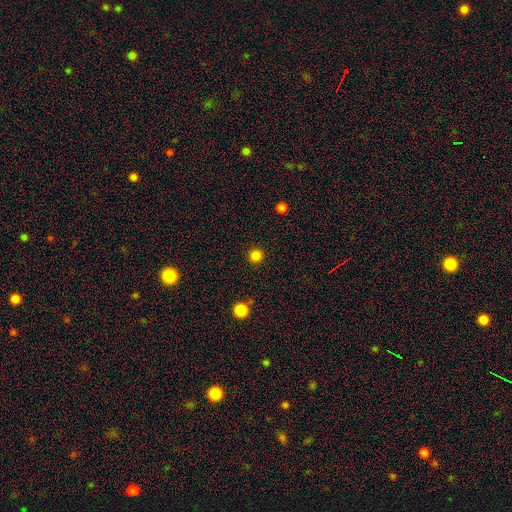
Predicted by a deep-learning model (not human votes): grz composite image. It shows a smooth galaxy with no disk features (83%) that is round (95%). Merging: none (91%).